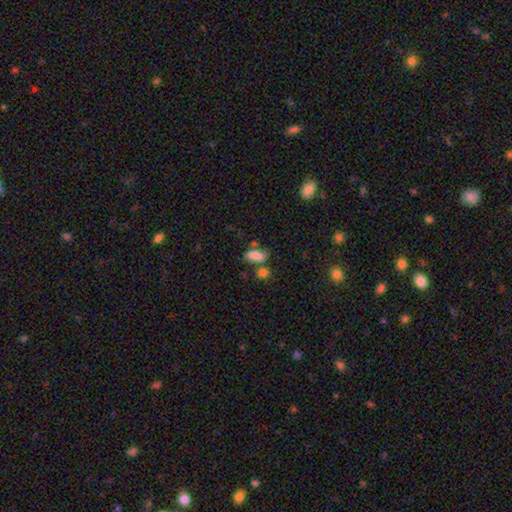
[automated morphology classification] Overall: smooth (79%). How rounded: in between (75%). Merging: none (52%; minor disturbance 21%).